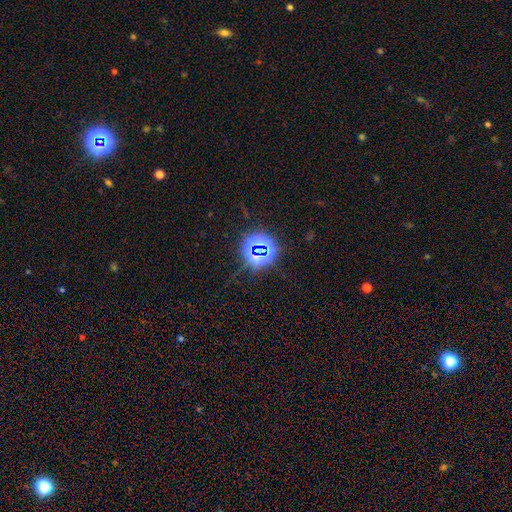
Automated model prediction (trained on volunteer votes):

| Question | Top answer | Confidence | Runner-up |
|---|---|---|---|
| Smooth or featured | star or artifact | 78% | smooth (14%) |